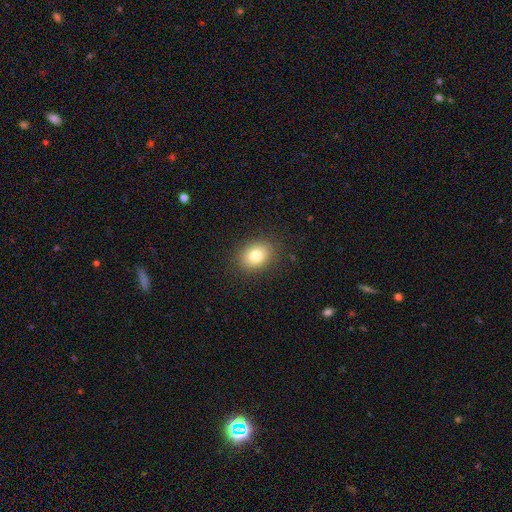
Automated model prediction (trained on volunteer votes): This appears to be a smooth galaxy with no disk features (80%) that is in between round and cigar-shaped (56%). Merging: none (87%).